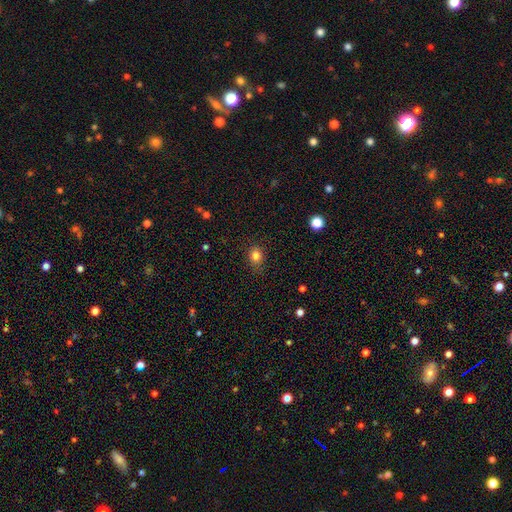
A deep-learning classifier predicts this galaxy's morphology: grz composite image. It shows a smooth galaxy with no disk features (83%) that is round (61%). Merging: none (80%).